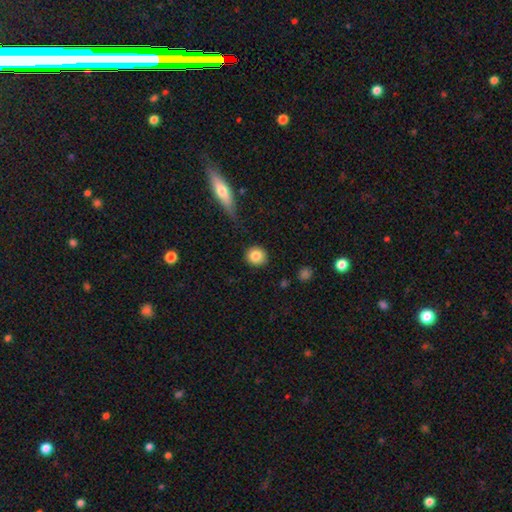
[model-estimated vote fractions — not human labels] smooth_or_featured: smooth (p=0.84) [alt: star or artifact p=0.09]
how_rounded: round (p=0.87) [alt: in between p=0.11]
merging: none (p=0.88) [alt: minor disturbance p=0.08]